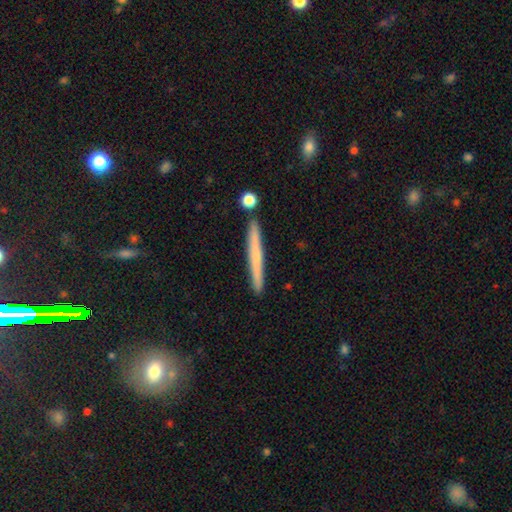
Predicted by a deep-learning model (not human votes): smooth_or_featured: smooth (p=0.59) [alt: featured or disk p=0.35]
how_rounded: cigar-shaped (p=0.97) [alt: in between p=0.02]
merging: none (p=0.90) [alt: minor disturbance p=0.06]